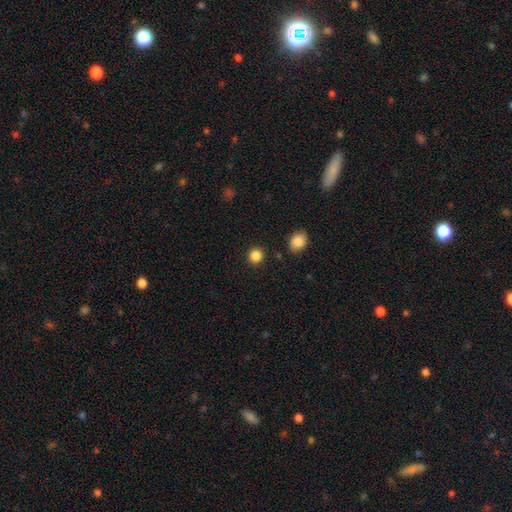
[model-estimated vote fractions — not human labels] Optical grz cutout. It shows a smooth galaxy with no disk features (86%) that is round (91%). Merging: none (90%).